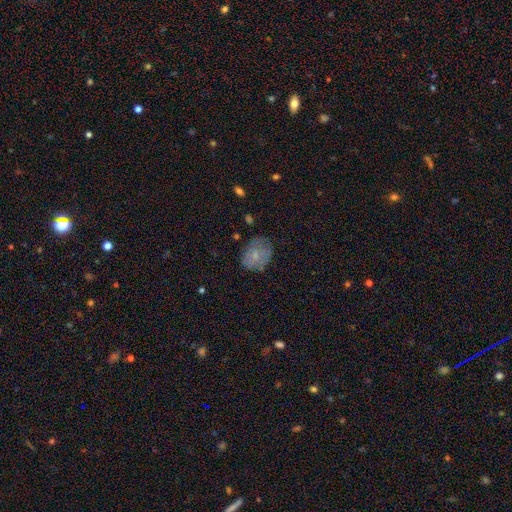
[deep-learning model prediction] Q: Smooth or featured?
A: smooth (69%); runner-up: featured or disk (22%)
Q: How rounded?
A: in between (61%); runner-up: round (38%)
Q: Merging?
A: none (64%); runner-up: minor disturbance (25%)